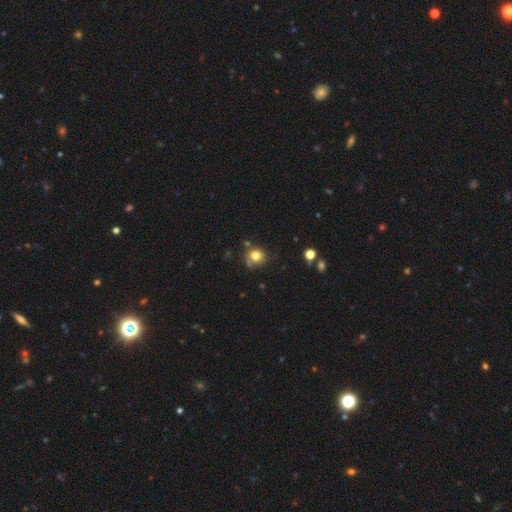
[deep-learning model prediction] Smooth or featured? Predicted: smooth (p=0.78). How rounded? Predicted: round (p=0.79). Merging? Predicted: none (p=0.64).